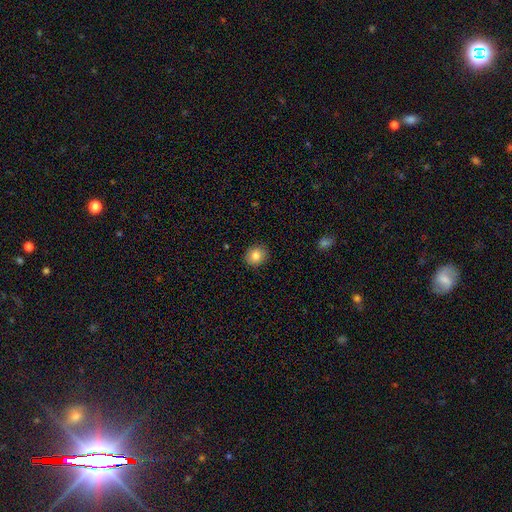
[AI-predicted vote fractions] smooth-or-featured: smooth: 82% | star or artifact: 9% | featured or disk: 8%
  how-rounded: round: 79% | in between: 21% | cigar-shaped: 1%
  merging: none: 90% | minor disturbance: 7% | major disturbance: 2% | merger: 1%